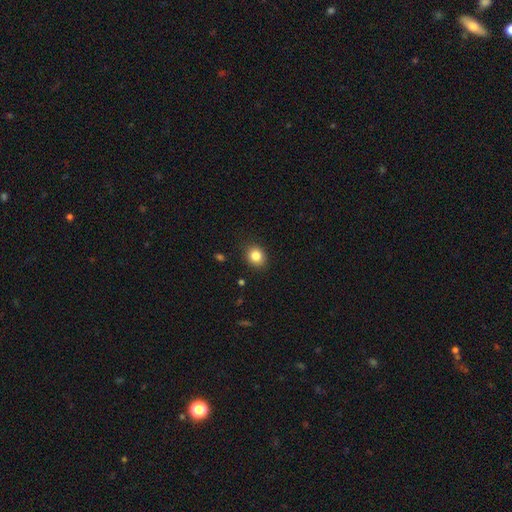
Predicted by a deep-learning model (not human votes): Smooth or featured? Predicted: smooth (p=0.84). How rounded? Predicted: round (p=0.63). Merging? Predicted: none (p=0.87).